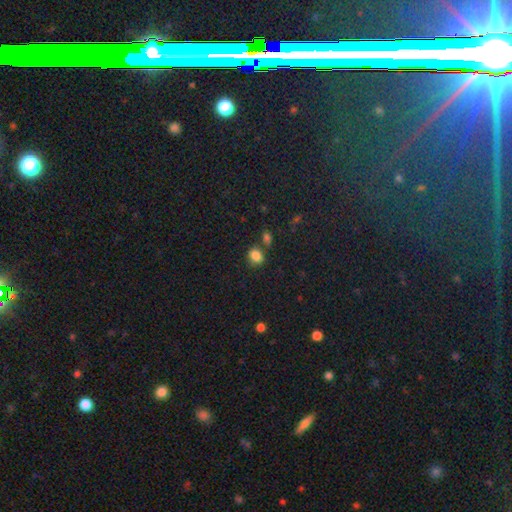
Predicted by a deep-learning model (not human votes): smooth-or-featured: smooth: 83% | star or artifact: 12% | featured or disk: 5%
  how-rounded: in between: 50% | round: 49% | cigar-shaped: 1%
  merging: none: 65% | merger: 18% | minor disturbance: 13% | major disturbance: 4%